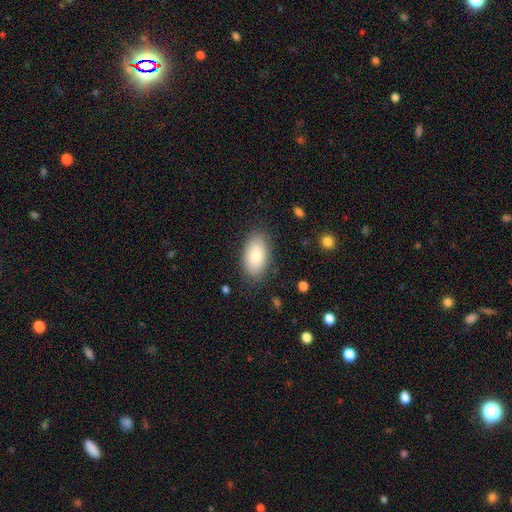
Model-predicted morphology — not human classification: type=smooth (81%); roundness=in between (94%); merging=none (82%).